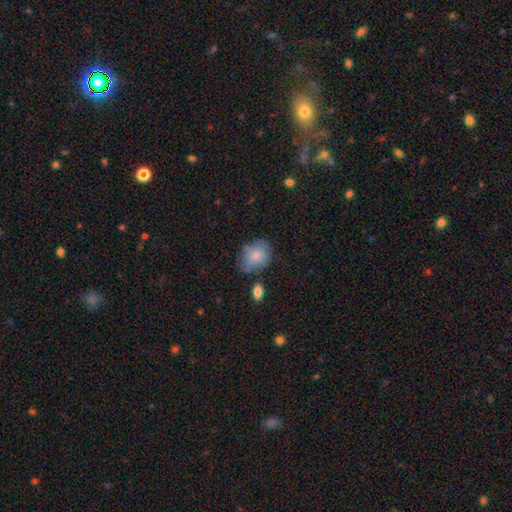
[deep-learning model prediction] Q: Smooth or featured?
A: smooth (76%); runner-up: featured or disk (17%)
Q: How rounded?
A: round (53%); runner-up: in between (46%)
Q: Merging?
A: none (56%); runner-up: minor disturbance (29%)